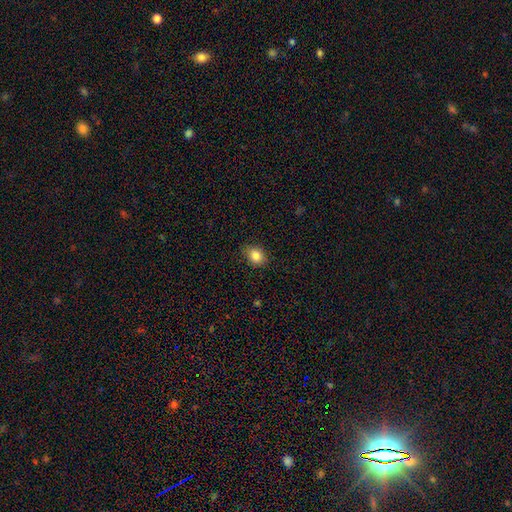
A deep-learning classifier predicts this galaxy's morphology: A smooth galaxy with no disk features (85%) that is in between round and cigar-shaped (57%).

Vote fractions:
- Smooth or featured? smooth: 85% / star or artifact: 9% / featured or disk: 6%
- How rounded? in between: 57% / round: 42% / cigar-shaped: 1%
- Merging? none: 81% / minor disturbance: 15% / major disturbance: 3% / merger: 1%